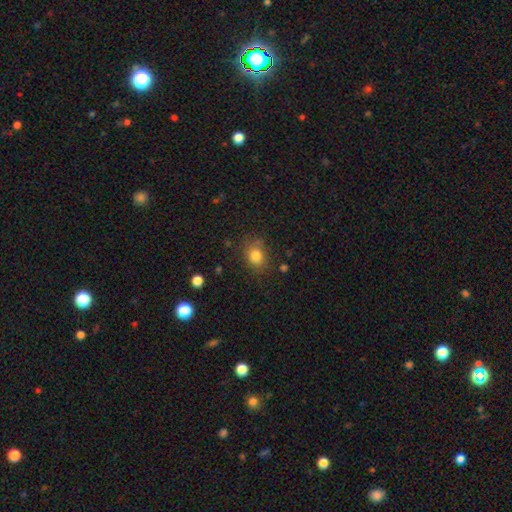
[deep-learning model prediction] smooth 81%, star or artifact 12%, featured or disk 7%. Down the decision tree: how rounded — round (56%); merging — none (77%).